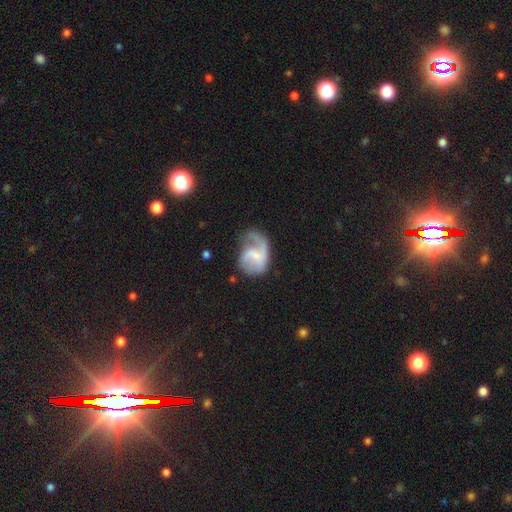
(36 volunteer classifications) A featured or disk galaxy (58%) with no bar (65%), 2 (41%) loose (59%) spiral arms (85%) and a small central bulge (50%). Merging: major disturbance (57%).